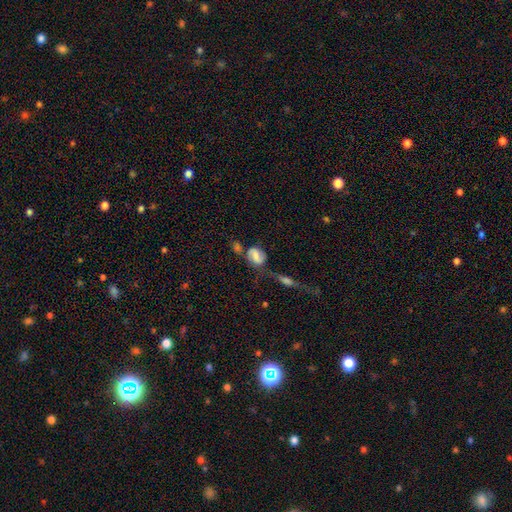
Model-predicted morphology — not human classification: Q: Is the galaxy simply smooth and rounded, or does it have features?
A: smooth — 46%.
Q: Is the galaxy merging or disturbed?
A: none — 44%.